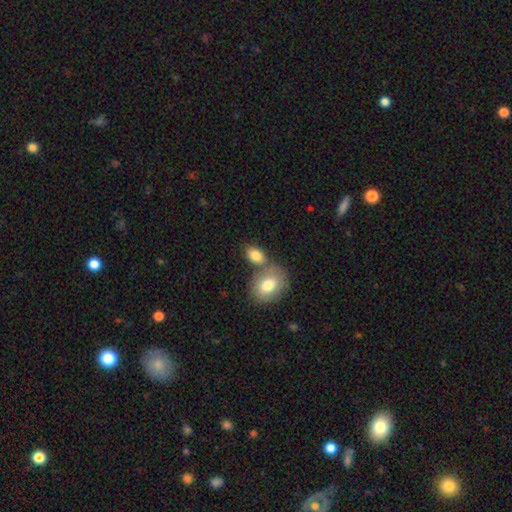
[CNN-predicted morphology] smooth-or-featured: smooth: 83% | featured or disk: 10% | star or artifact: 7%
  how-rounded: in between: 85% | round: 13% | cigar-shaped: 2%
  merging: none: 49% | merger: 34% | minor disturbance: 13% | major disturbance: 4%